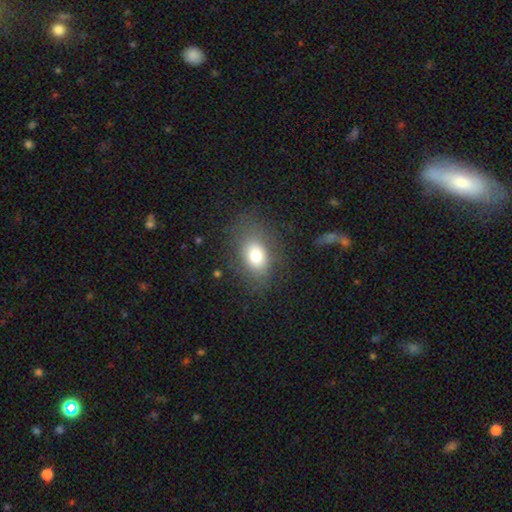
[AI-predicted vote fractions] smooth-or-featured: smooth: 74% | featured or disk: 16% | star or artifact: 11%
  how-rounded: in between: 77% | round: 21% | cigar-shaped: 2%
  merging: none: 74% | minor disturbance: 16% | major disturbance: 9% | merger: 1%